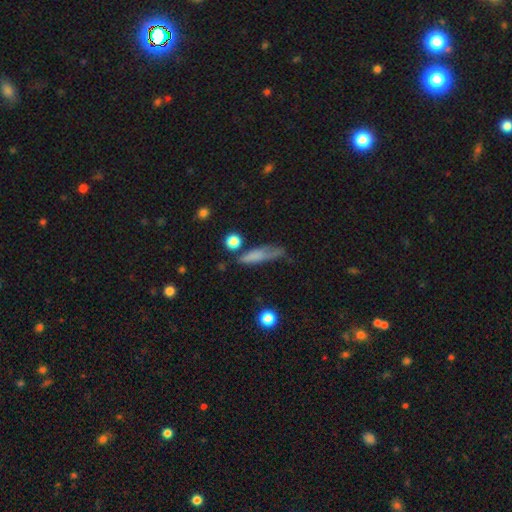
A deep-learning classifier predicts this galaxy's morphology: type=smooth (68%); roundness=cigar-shaped (72%); merging=none (49%).